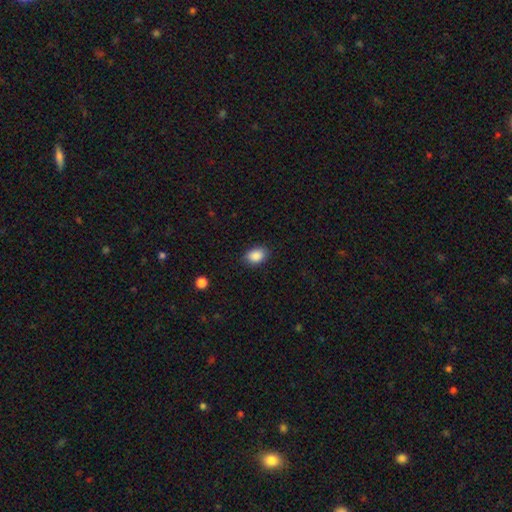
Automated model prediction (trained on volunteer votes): Smooth or featured? Predicted: smooth (p=0.89). How rounded? Predicted: in between (p=0.82). Merging? Predicted: none (p=0.87).